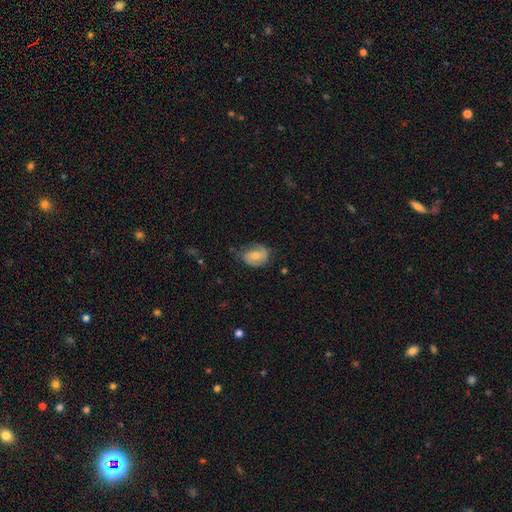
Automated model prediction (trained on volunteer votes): smooth_or_featured: smooth (p=0.50) [alt: featured or disk p=0.43]
how_rounded: in between (p=0.65) [alt: round p=0.34]
merging: none (p=0.55) [alt: minor disturbance p=0.32]